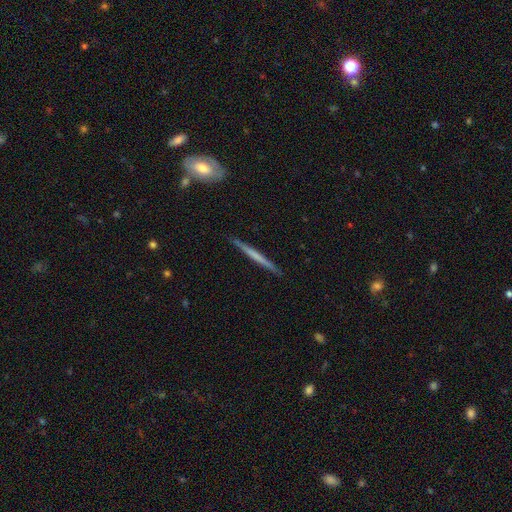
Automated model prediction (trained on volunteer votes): A featured or disk galaxy (52%) viewed edge-on (97%) with no central bulge (85%).

Vote fractions:
- Smooth or featured? featured or disk: 52% / smooth: 43% / star or artifact: 5%
- Edge-on disk? yes: 97% / no: 3%
- Edge-on bulge? none: 85% / rounded: 9% / boxy: 6%
- Merging? none: 90% / minor disturbance: 7% / major disturbance: 1% / merger: 1%